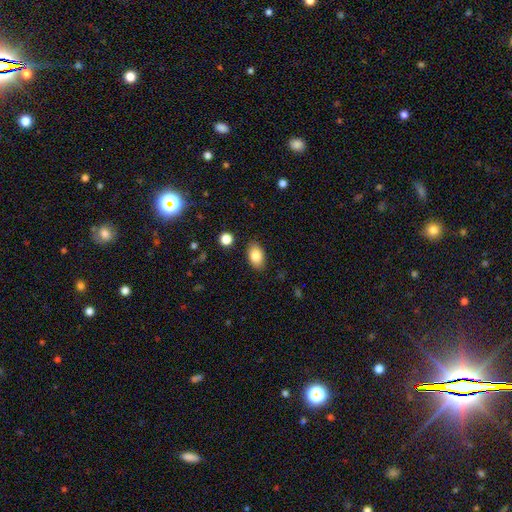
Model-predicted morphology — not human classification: Smooth or featured? Predicted: smooth (p=0.84). How rounded? Predicted: in between (p=0.90). Merging? Predicted: none (p=0.86).